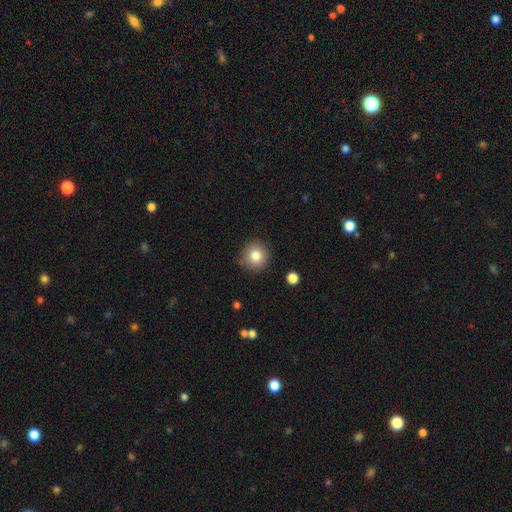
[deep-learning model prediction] Smooth or featured: smooth — 83% (star or artifact — 10%)
How rounded: round — 92% (in between — 7%)
Merging: none — 88% (minor disturbance — 8%)